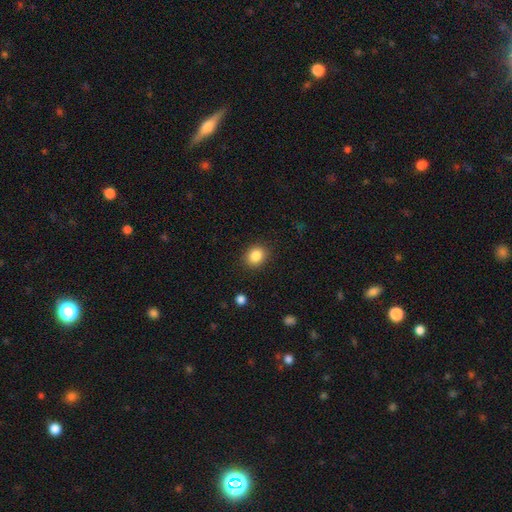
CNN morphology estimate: Smooth or featured? smooth (86%)
How rounded? round (65%)
Merging? none (87%)